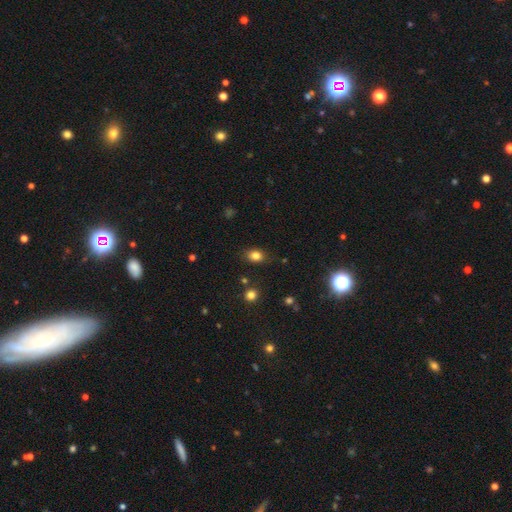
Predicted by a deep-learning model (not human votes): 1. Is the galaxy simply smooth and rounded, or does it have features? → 81% smooth, 12% star or artifact, 7% featured or disk.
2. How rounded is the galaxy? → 65% in between, 34% round, 1% cigar-shaped.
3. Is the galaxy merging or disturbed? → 80% none, 14% minor disturbance, 3% major disturbance, 2% merger.